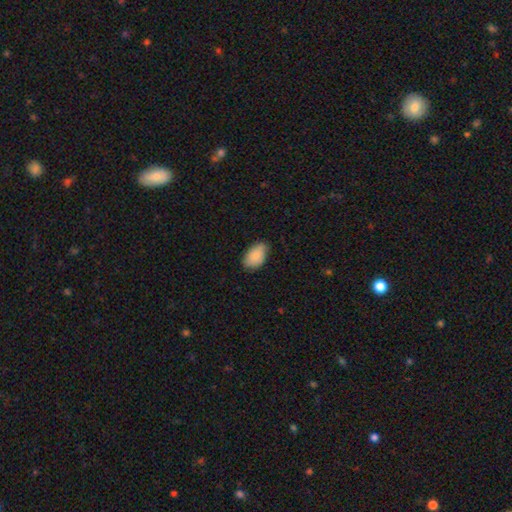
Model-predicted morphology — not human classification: Smooth or featured: smooth — 85% (featured or disk — 9%)
How rounded: in between — 90% (round — 9%)
Merging: none — 70% (minor disturbance — 25%)